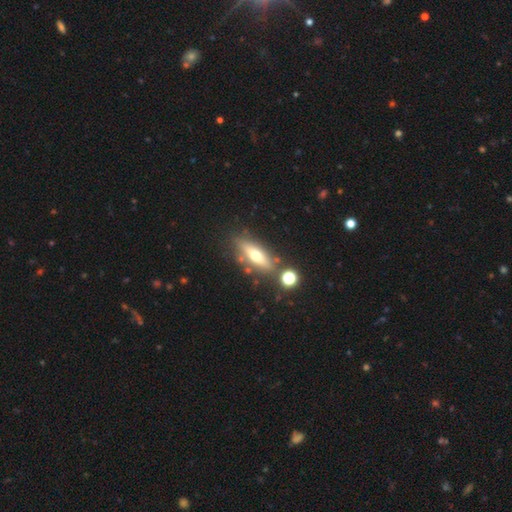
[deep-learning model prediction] A featured or disk galaxy (47%).

Vote fractions:
- Smooth or featured? featured or disk: 47% / smooth: 45% / star or artifact: 9%
- Merging? none: 76% / minor disturbance: 12% / merger: 7% / major disturbance: 4%